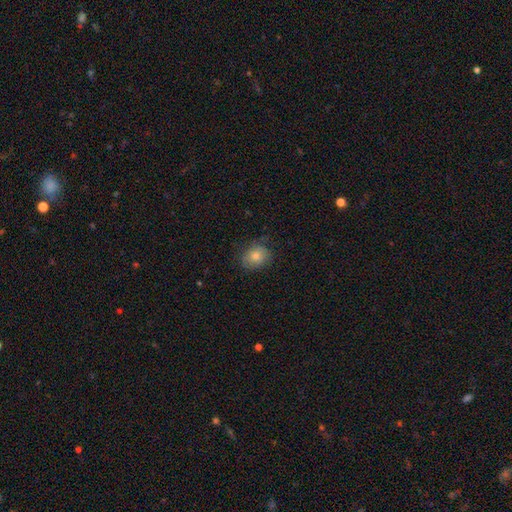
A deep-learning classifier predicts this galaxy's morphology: This appears to be a smooth galaxy with no disk features (72%) that is round (57%). Merging: none (77%).